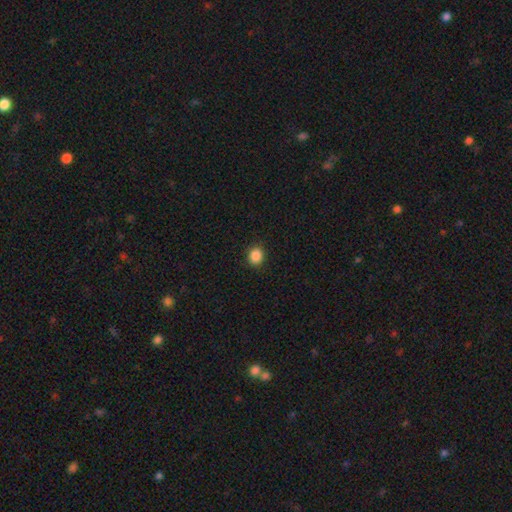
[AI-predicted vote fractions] This is clearly a smooth galaxy (88%). How rounded: likely round (65%). Merging: clearly none (90%).